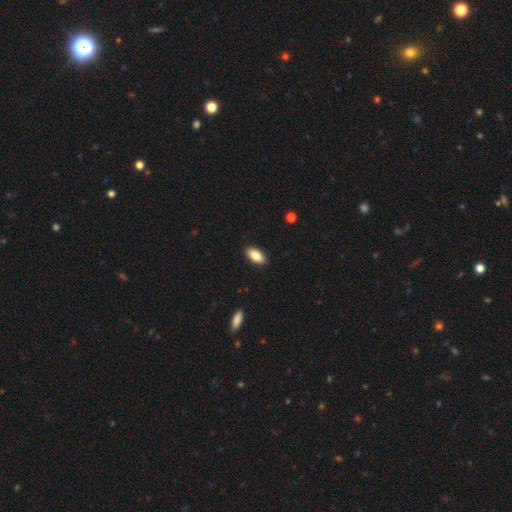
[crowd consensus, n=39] Smooth or featured: smooth — 87% (featured or disk — 8%)
How rounded: in between — 94% (cigar-shaped — 6%)
Merging: none — 86% (minor disturbance — 11%)